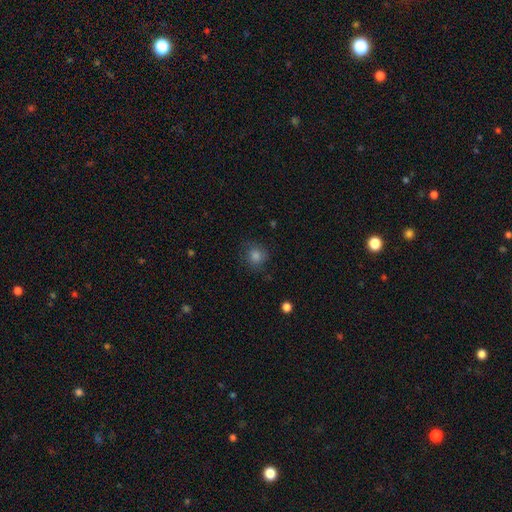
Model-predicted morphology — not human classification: A smooth galaxy with no disk features (73%) that is round (81%). Merging: none (76%).